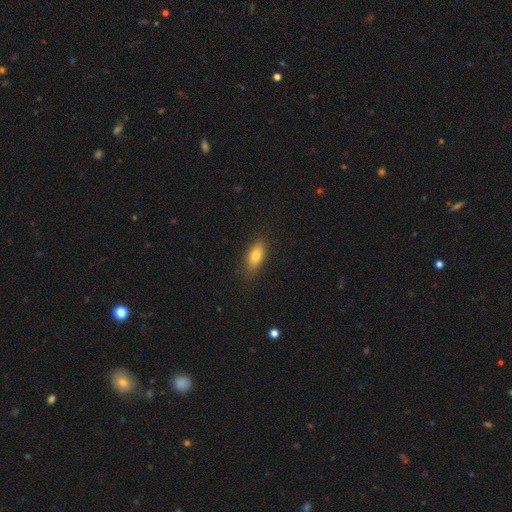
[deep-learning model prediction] This appears to be a smooth galaxy with no disk features (81%) that is in between round and cigar-shaped (81%). Merging: none (84%).